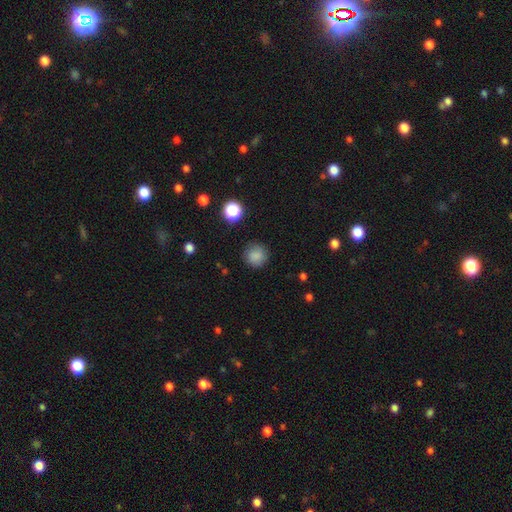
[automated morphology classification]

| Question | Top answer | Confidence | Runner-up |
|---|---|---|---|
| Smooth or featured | smooth | 84% | star or artifact (11%) |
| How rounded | round | 93% | in between (6%) |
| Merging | none | 86% | minor disturbance (10%) |